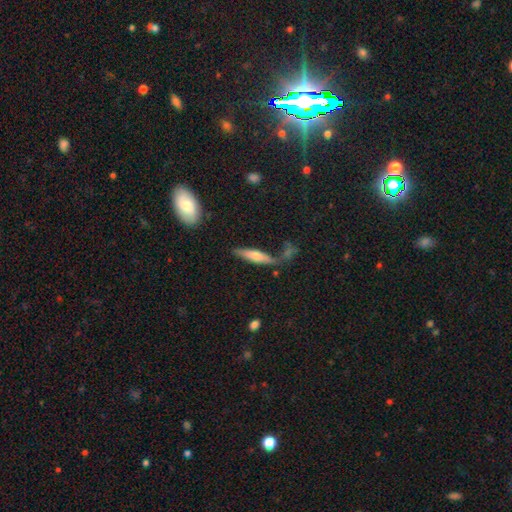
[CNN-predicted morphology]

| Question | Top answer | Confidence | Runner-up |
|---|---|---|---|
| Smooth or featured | smooth | 54% | featured or disk (39%) |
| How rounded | cigar-shaped | 77% | in between (21%) |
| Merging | none | 58% | minor disturbance (20%) |